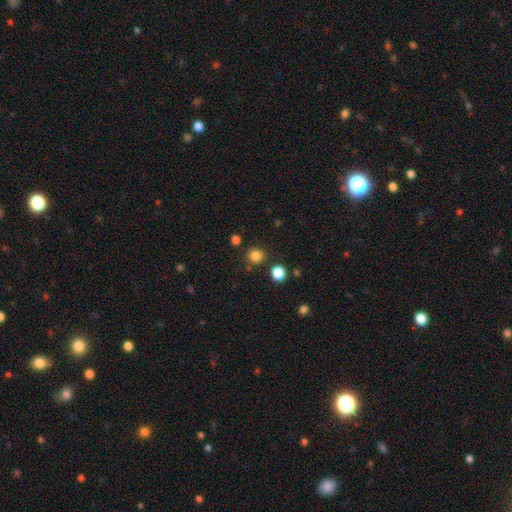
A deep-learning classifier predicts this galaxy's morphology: smooth_or_featured: smooth (p=0.82) [alt: star or artifact p=0.14]
how_rounded: round (p=0.91) [alt: in between p=0.09]
merging: none (p=0.85) [alt: minor disturbance p=0.07]